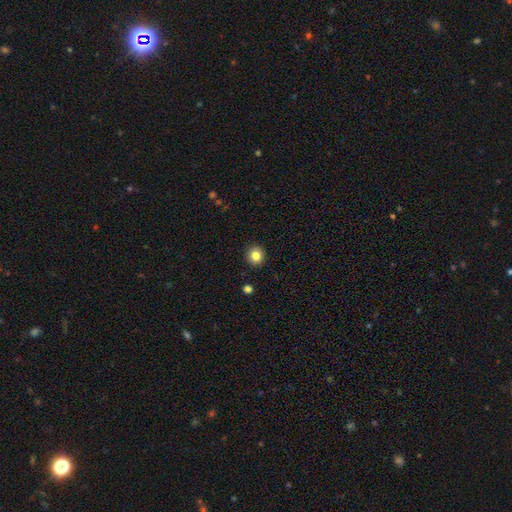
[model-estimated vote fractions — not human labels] smooth 83%, star or artifact 11%, featured or disk 6%. Down the decision tree: how rounded — round (89%); merging — none (92%).